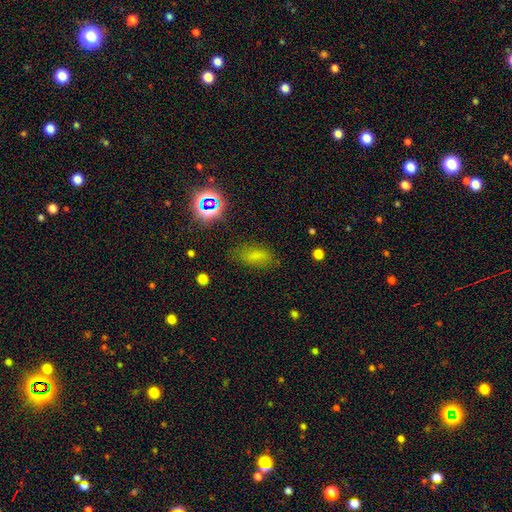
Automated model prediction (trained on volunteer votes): smooth-or-featured: smooth: 70% | star or artifact: 20% | featured or disk: 10%
  how-rounded: in between: 82% | cigar-shaped: 12% | round: 6%
  merging: none: 74% | minor disturbance: 17% | major disturbance: 7% | merger: 2%